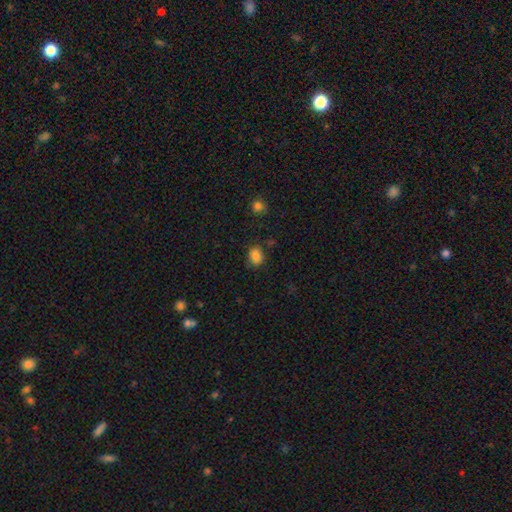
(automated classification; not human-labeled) smooth_or_featured: smooth (p=0.85) [alt: star or artifact p=0.11]
how_rounded: in between (p=0.63) [alt: round p=0.36]
merging: none (p=0.75) [alt: minor disturbance p=0.17]